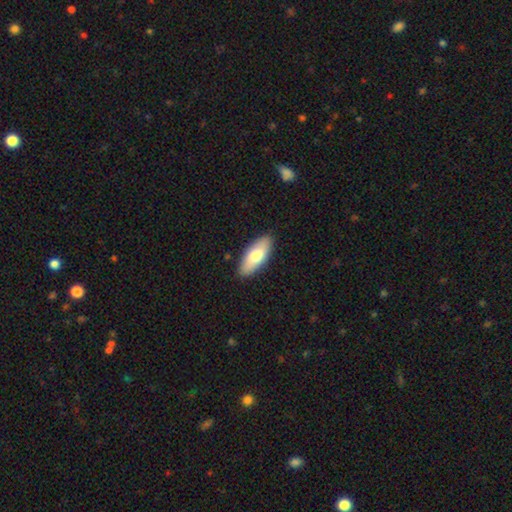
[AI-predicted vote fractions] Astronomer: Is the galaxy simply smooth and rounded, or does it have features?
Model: smooth — 74%.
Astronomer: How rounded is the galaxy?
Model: in between — 81%.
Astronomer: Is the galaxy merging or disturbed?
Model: none — 88%.